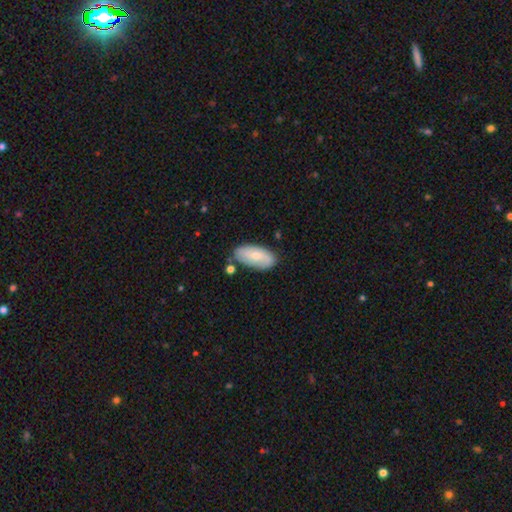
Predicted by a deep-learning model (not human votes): The model was most divided on "smooth or featured": smooth: 69%, featured or disk: 25%, star or artifact: 6%. More confident: how rounded — in between (92%); merging — none (73%).